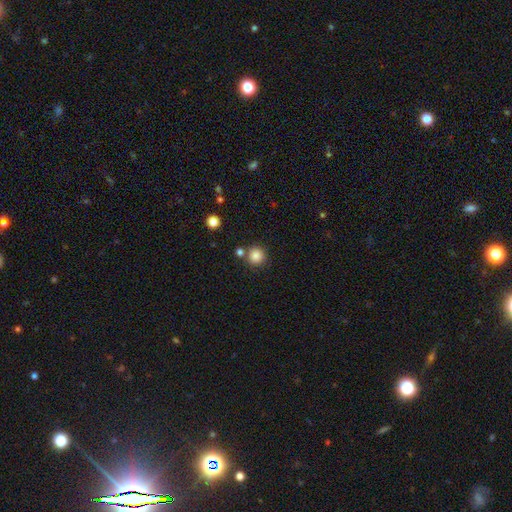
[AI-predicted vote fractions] Smooth or featured?
  - smooth: 85% *
  - star or artifact: 11%
  - featured or disk: 5%
How rounded?
  - round: 94% *
  - in between: 5%
  - cigar-shaped: 1%
Merging?
  - none: 81% *
  - merger: 9%
  - minor disturbance: 7%
  - major disturbance: 3%